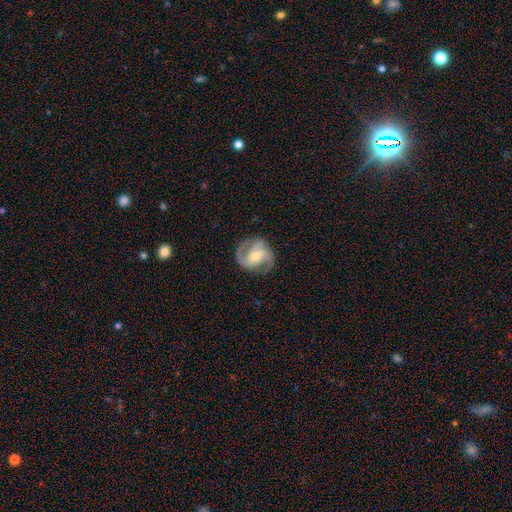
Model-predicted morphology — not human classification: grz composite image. It shows a featured or disk galaxy (84%) with no bar (40%), 2 (58%) medium (52%) spiral arms (96%) and a moderate central bulge (53%). Merging: none (75%).